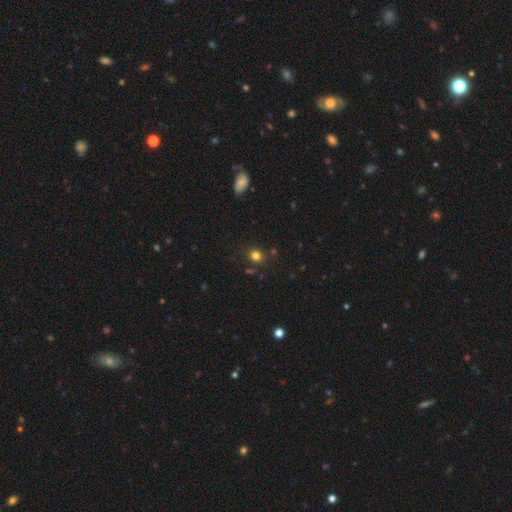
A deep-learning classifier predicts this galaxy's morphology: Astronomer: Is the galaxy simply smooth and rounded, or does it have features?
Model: smooth — 77%.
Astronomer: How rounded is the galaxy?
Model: round — 73%.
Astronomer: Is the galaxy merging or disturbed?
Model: none — 83%.